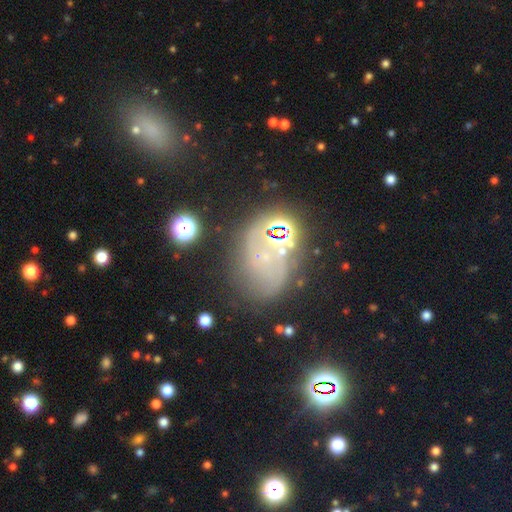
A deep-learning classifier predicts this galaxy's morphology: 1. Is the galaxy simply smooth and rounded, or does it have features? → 43% featured or disk, 30% star or artifact, 27% smooth.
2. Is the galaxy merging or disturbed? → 53% none, 22% minor disturbance, 17% major disturbance, 8% merger.